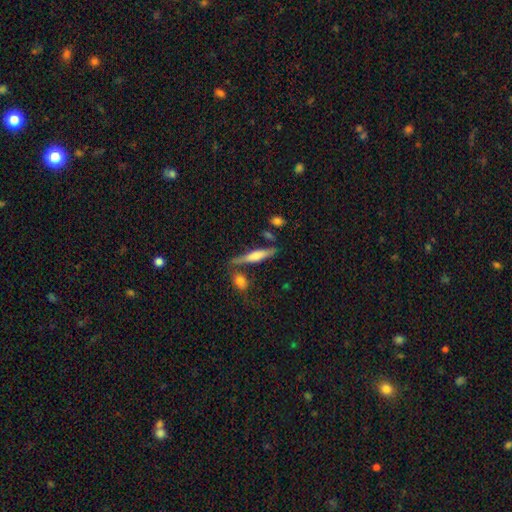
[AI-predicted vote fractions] featured or disk 50%, smooth 43%, star or artifact 7%. Down the decision tree: merging — none (72%).